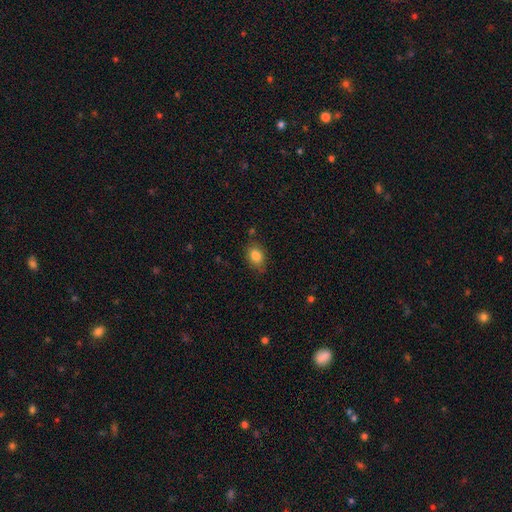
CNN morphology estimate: A smooth galaxy with no disk features (83%) that is in between round and cigar-shaped (71%).

Vote fractions:
- Smooth or featured? smooth: 83% / star or artifact: 9% / featured or disk: 8%
- How rounded? in between: 71% / round: 28% / cigar-shaped: 1%
- Merging? none: 78% / minor disturbance: 16% / major disturbance: 3% / merger: 2%